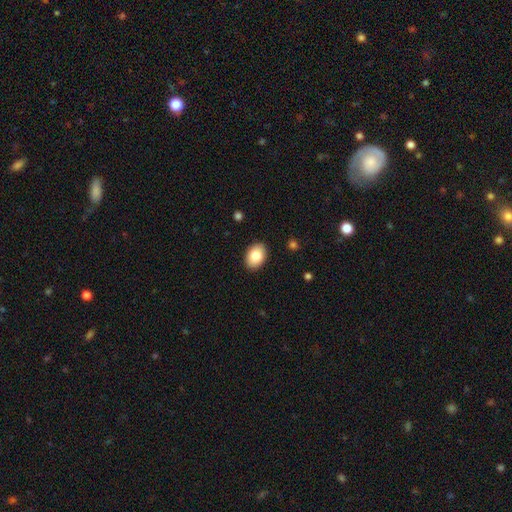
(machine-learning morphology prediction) smooth-or-featured: smooth: 83% | featured or disk: 11% | star or artifact: 7%
  how-rounded: in between: 82% | round: 17% | cigar-shaped: 1%
  merging: none: 89% | minor disturbance: 8% | major disturbance: 2% | merger: 1%